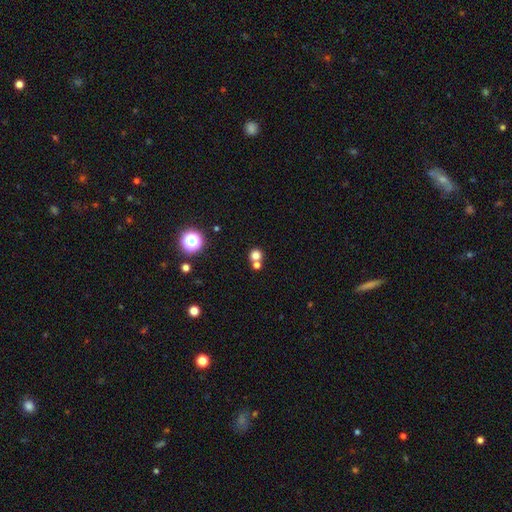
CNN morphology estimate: A smooth galaxy with no disk features (75%) that is round (89%).

Vote fractions:
- Smooth or featured? smooth: 75% / star or artifact: 17% / featured or disk: 8%
- How rounded? round: 89% / in between: 10% / cigar-shaped: 1%
- Merging? none: 56% / merger: 35% / minor disturbance: 6% / major disturbance: 3%